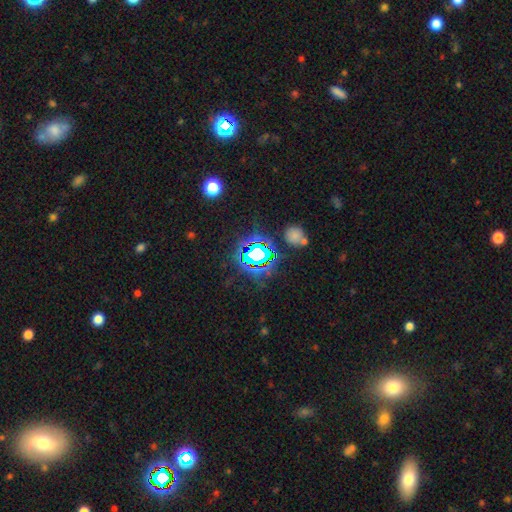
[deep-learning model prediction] A star or artifact, not a galaxy (72%).